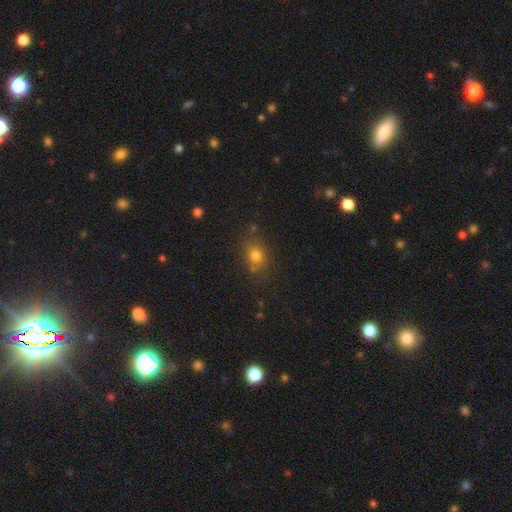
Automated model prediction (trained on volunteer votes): A smooth galaxy with no disk features (74%) that is round (55%). Merging: none (76%).